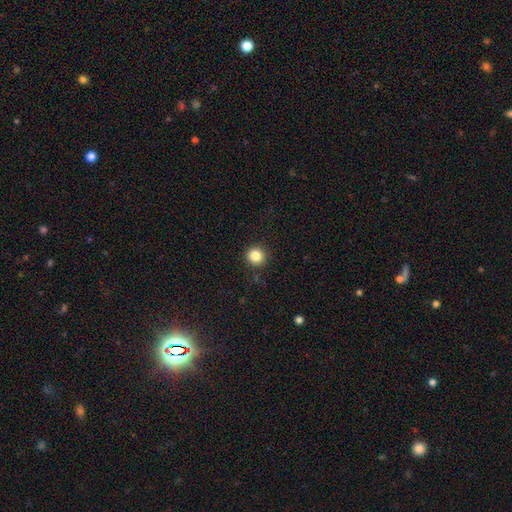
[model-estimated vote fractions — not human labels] This is clearly a smooth galaxy (85%). How rounded: clearly round (93%). Merging: clearly none (91%).